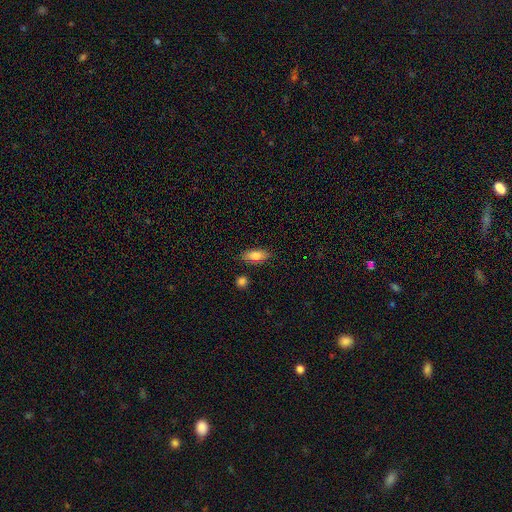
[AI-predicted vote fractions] Smooth or featured? smooth (79%)
How rounded? in between (81%)
Merging? none (83%)